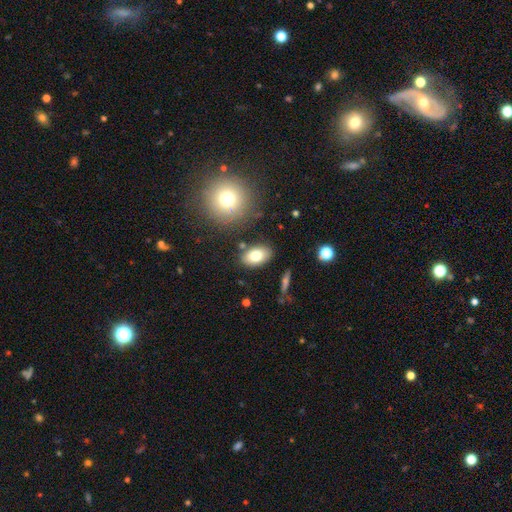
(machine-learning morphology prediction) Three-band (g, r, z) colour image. It shows a smooth galaxy with no disk features (76%) that is in between round and cigar-shaped (88%). Merging: none (82%).